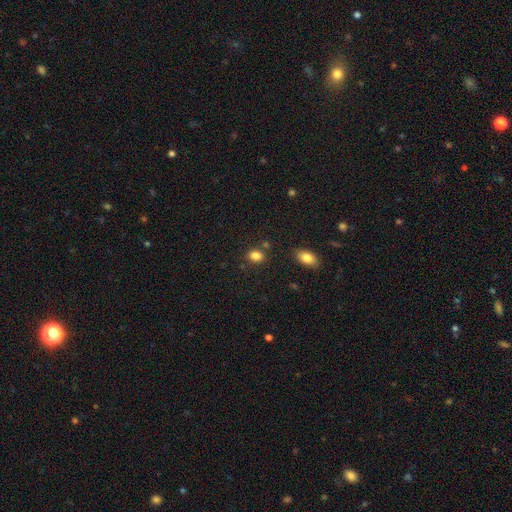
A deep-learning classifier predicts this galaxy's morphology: Smooth or featured? smooth (84%)
How rounded? in between (66%)
Merging? none (77%)